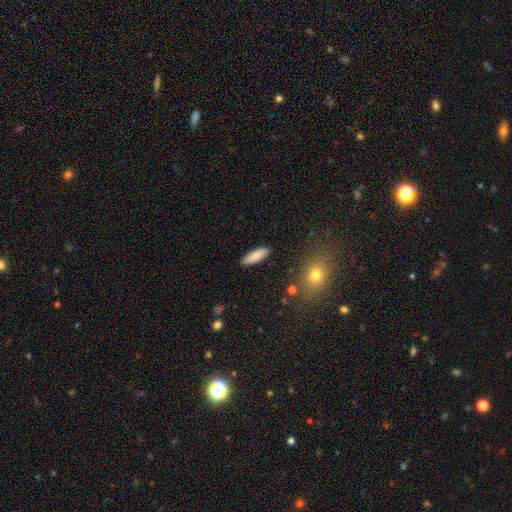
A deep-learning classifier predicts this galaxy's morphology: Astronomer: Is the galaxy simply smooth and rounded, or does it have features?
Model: smooth — 86%.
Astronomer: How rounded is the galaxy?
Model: cigar-shaped — 53% (runner-up: in between, 46%).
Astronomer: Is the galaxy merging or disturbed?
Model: none — 90%.